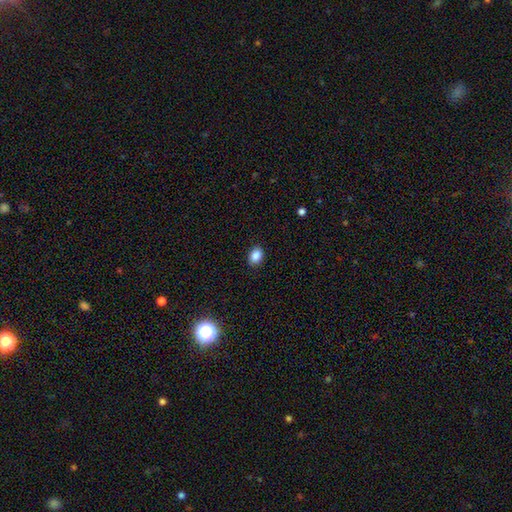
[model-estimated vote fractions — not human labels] The model was most divided on "how rounded": in between: 65%, round: 34%, cigar-shaped: 1%. More confident: merging — none (89%); smooth or featured — smooth (87%).